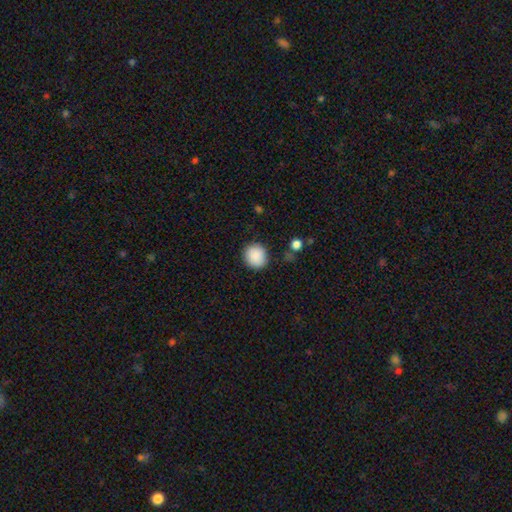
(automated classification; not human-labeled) Smooth or featured?
  - smooth: 88% *
  - star or artifact: 8%
  - featured or disk: 4%
How rounded?
  - round: 86% *
  - in between: 13%
  - cigar-shaped: 1%
Merging?
  - none: 85% *
  - minor disturbance: 10%
  - major disturbance: 3%
  - merger: 2%